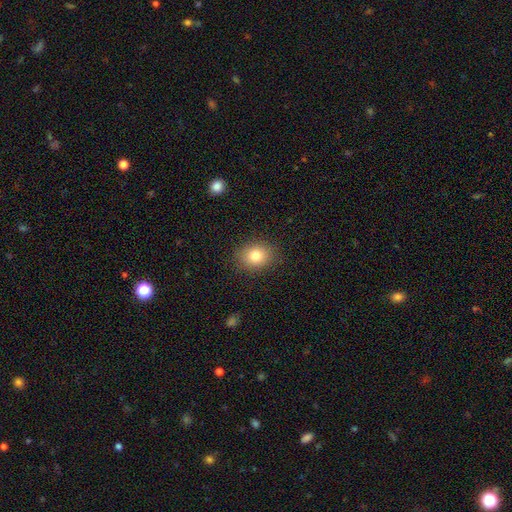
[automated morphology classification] Q: Smooth or featured?
A: smooth (81%); runner-up: star or artifact (10%)
Q: How rounded?
A: round (51%); runner-up: in between (48%)
Q: Merging?
A: none (88%); runner-up: minor disturbance (9%)